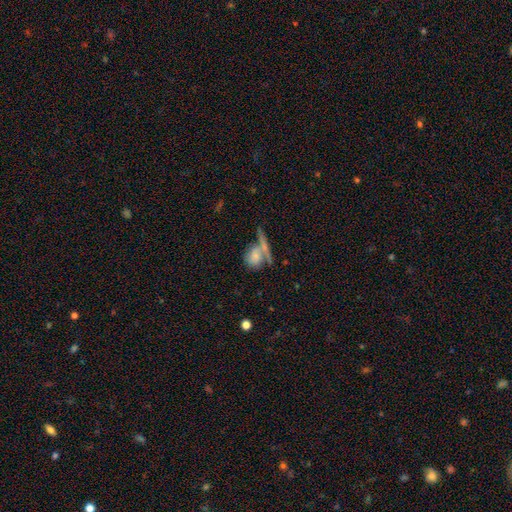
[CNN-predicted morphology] smooth-or-featured: smooth: 61% | featured or disk: 30% | star or artifact: 9%
  how-rounded: round: 50% | in between: 40% | cigar-shaped: 10%
  merging: merger: 41% | none: 37% | minor disturbance: 13% | major disturbance: 10%